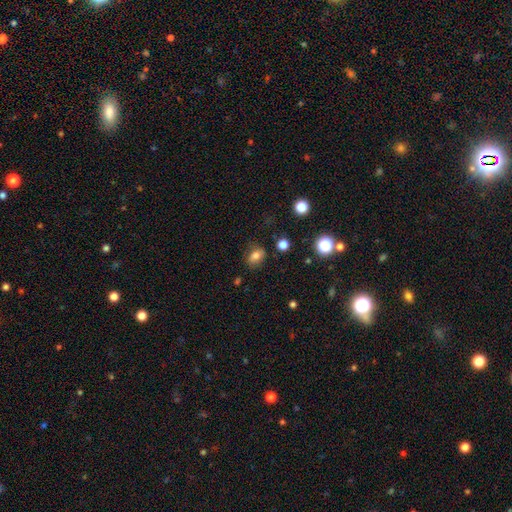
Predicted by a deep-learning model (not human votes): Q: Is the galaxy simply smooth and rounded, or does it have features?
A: smooth — 77%.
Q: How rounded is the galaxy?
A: in between — 67%.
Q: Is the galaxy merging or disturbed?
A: none — 76%.